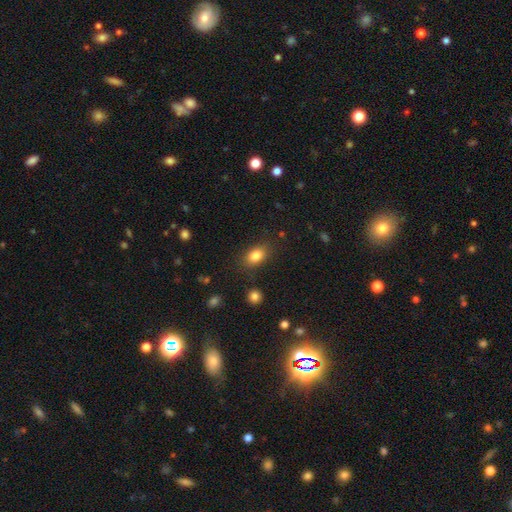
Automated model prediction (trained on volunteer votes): Morphology: type=smooth (84%); roundness=in between (83%); merging=none (82%).